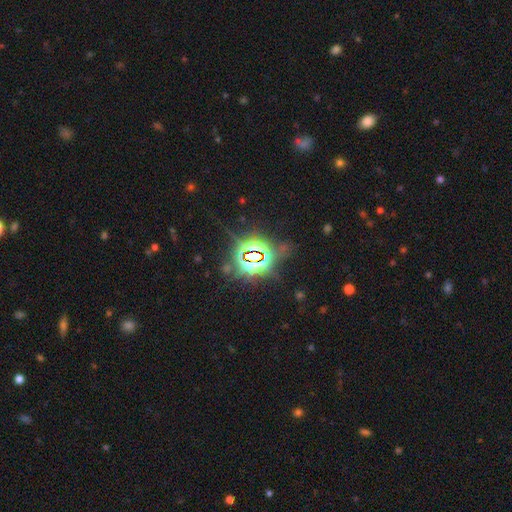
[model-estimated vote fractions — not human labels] The model was most divided on "smooth or featured": star or artifact: 81%, smooth: 10%, featured or disk: 9%.